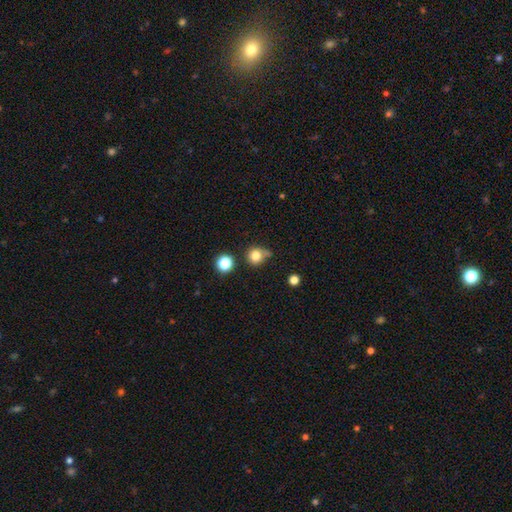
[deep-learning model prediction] A smooth galaxy with no disk features (80%) that is round (89%).

Vote fractions:
- Smooth or featured? smooth: 80% / star or artifact: 13% / featured or disk: 7%
- How rounded? round: 89% / in between: 10% / cigar-shaped: 1%
- Merging? none: 62% / minor disturbance: 21% / merger: 11% / major disturbance: 6%